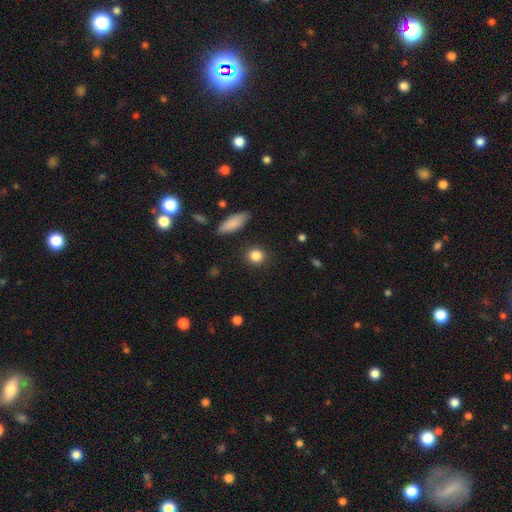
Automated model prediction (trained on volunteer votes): Overall: smooth (86%). How rounded: round (79%). Merging: none (89%).